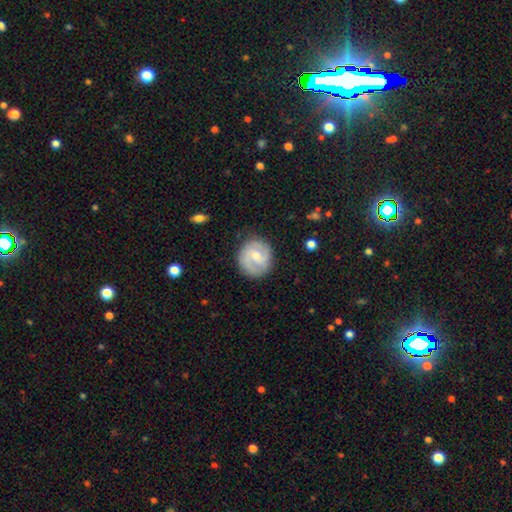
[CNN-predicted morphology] smooth-or-featured: featured or disk: 74% | smooth: 21% | star or artifact: 5%
  disk-edge-on: no: 98% | yes: 2%
    bar: weak: 49% | no: 42% | strong: 9%
    has-spiral-arms: yes: 93% | no: 7%
      spiral-winding: medium: 44% | tight: 42% | loose: 14%
      spiral-arm-count: 2: 70% | can't tell: 12% | 3: 10% | 1: 3% | 4: 2% | more than 4: 2%
    bulge-size: moderate: 50% | small: 46% | large: 2% | none: 1% | dominant: 1%
  merging: none: 81% | minor disturbance: 14% | major disturbance: 4% | merger: 1%